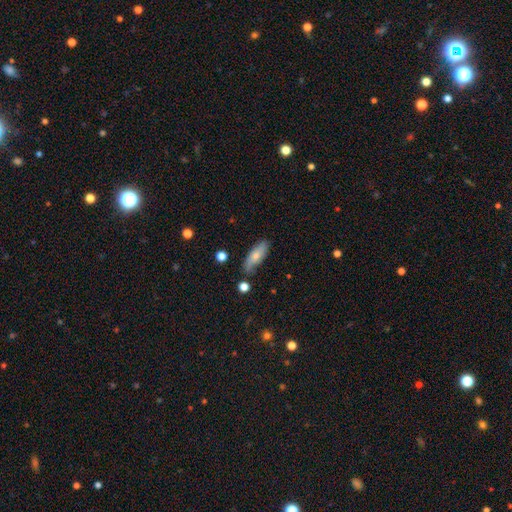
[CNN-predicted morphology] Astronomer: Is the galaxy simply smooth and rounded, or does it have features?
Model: smooth — 69%.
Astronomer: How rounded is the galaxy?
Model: in between — 65%.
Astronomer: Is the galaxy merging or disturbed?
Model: none — 72%.